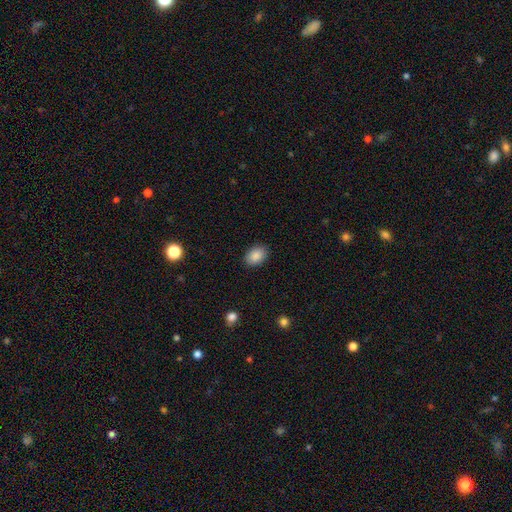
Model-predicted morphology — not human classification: The model was most divided on "how rounded": in between: 81%, round: 18%, cigar-shaped: 1%. More confident: merging — none (89%); smooth or featured — smooth (88%).